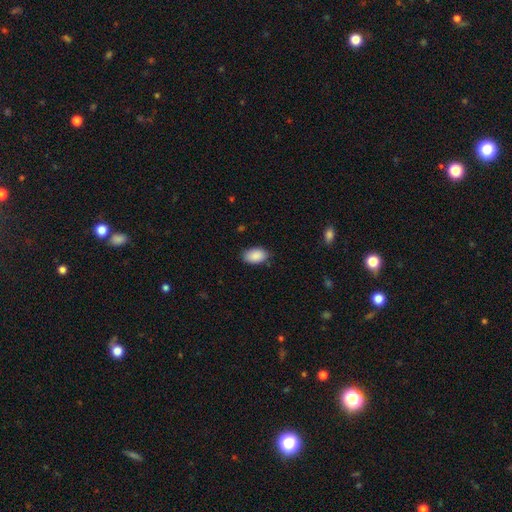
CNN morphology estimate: A smooth galaxy with no disk features (90%) that is in between round and cigar-shaped (92%).

Vote fractions:
- Smooth or featured? smooth: 90% / star or artifact: 7% / featured or disk: 4%
- How rounded? in between: 92% / round: 6% / cigar-shaped: 1%
- Merging? none: 83% / minor disturbance: 14% / major disturbance: 3% / merger: 1%